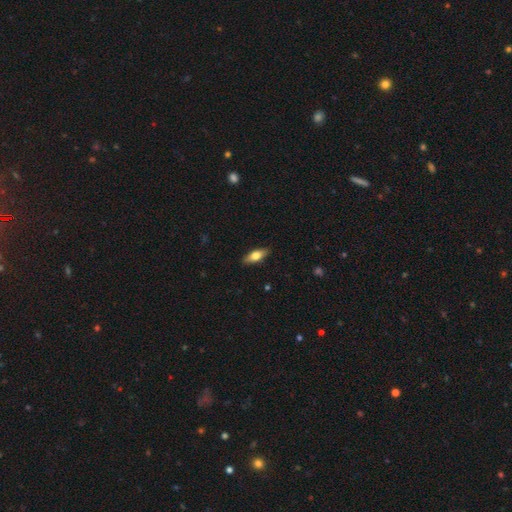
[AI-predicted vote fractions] Morphology: type=smooth (66%); roundness=in between (70%); merging=none (88%).